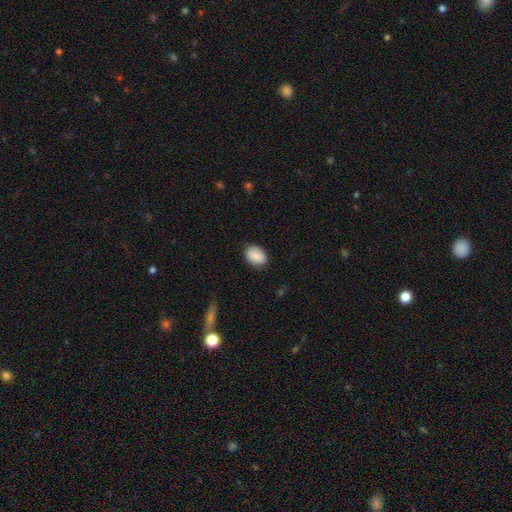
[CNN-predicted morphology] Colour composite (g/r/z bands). It shows a smooth galaxy with no disk features (87%) that is in between round and cigar-shaped (80%). Merging: none (83%).